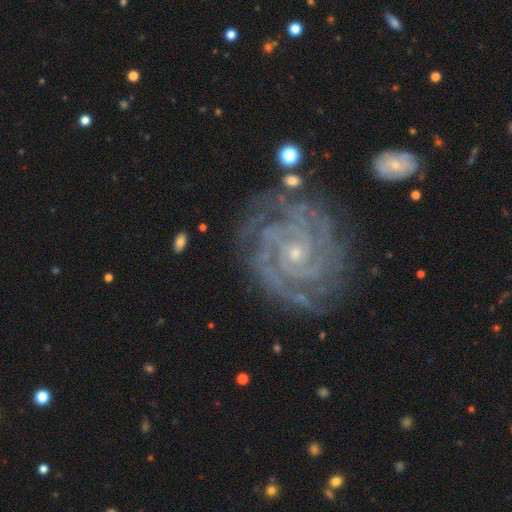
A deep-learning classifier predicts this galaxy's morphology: The model was most divided on "spiral arm count": 2: 25%, 3: 23%, 4: 19%, can't tell: 14%, more than 4: 11%, 1: 8%. More confident: spiral arms — yes (99%); edge-on disk — no (98%); smooth or featured — featured or disk (91%); bulge size — small (82%); spiral winding — tight (82%); merging — none (77%); bar — no (72%).